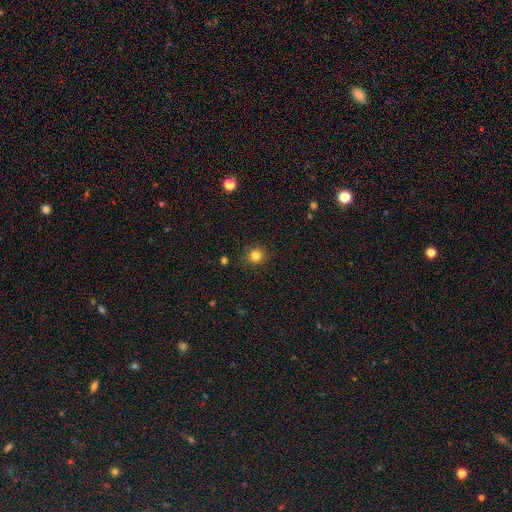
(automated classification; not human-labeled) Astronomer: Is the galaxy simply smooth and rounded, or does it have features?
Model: smooth — 83%.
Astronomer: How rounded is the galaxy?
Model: round — 93%.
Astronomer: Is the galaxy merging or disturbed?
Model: none — 91%.